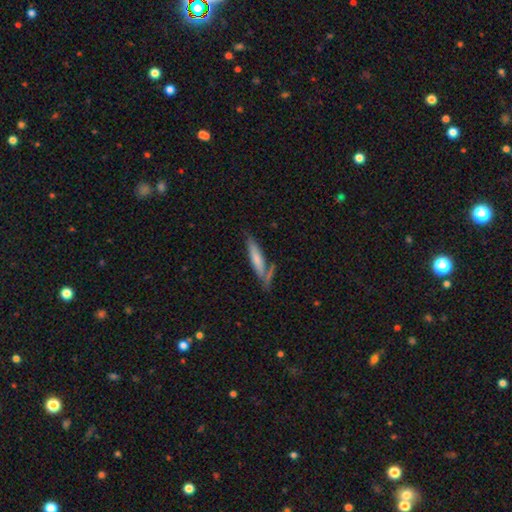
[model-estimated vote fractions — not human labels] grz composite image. It shows a smooth galaxy with no disk features (48%). Merging: none (67%).